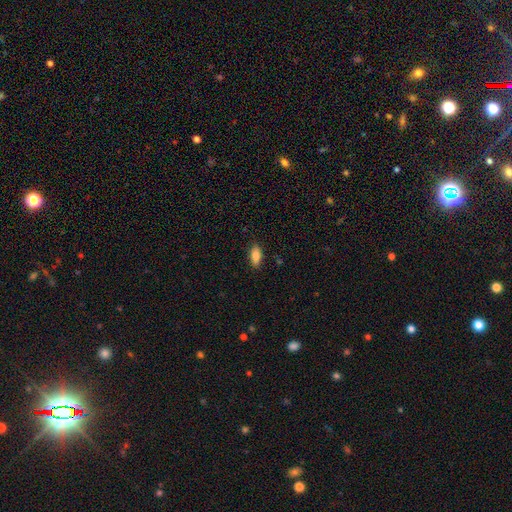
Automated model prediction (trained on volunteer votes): Smooth or featured? Predicted: smooth (p=0.84). How rounded? Predicted: in between (p=0.88). Merging? Predicted: none (p=0.87).